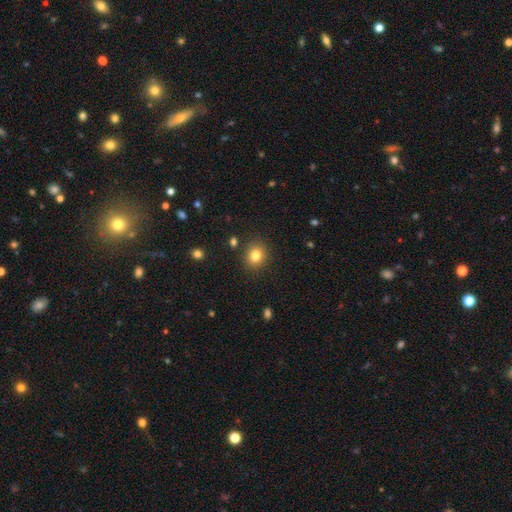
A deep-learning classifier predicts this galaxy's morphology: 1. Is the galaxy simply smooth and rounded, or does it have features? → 81% smooth, 12% star or artifact, 7% featured or disk.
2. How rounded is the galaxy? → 76% round, 23% in between, 1% cigar-shaped.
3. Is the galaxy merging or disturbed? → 86% none, 9% minor disturbance, 3% major disturbance, 3% merger.